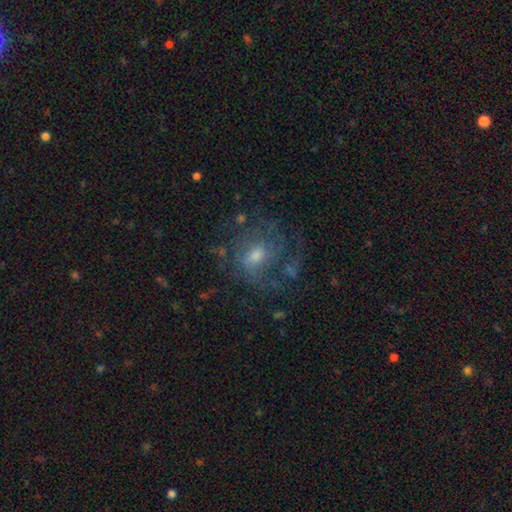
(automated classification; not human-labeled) Overall: featured or disk (57%; smooth 30%). Edge-on disk: no (97%). Bar: no (54%; weak 39%). Spiral arms: yes (63%; no 37%). Bulge size: moderate (52%; small 37%). Merging: none (50%; major disturbance 27%).